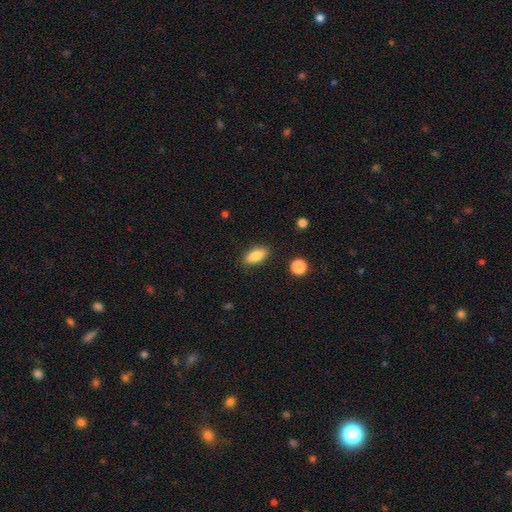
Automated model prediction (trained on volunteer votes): Smooth or featured? smooth (81%)
How rounded? in between (85%)
Merging? none (87%)